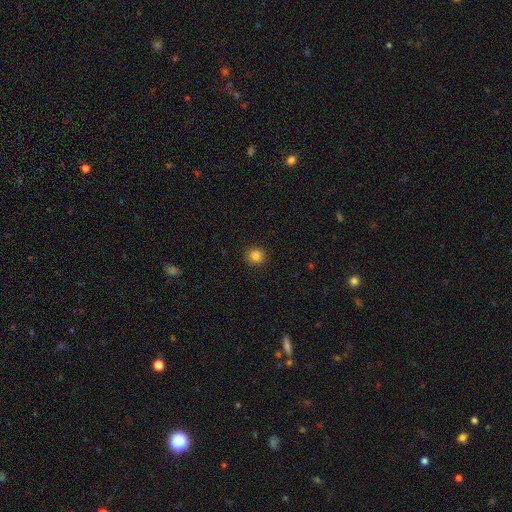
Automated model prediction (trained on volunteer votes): The model was most divided on "smooth or featured": smooth: 84%, star or artifact: 12%, featured or disk: 4%. More confident: merging — none (92%); how rounded — round (91%).